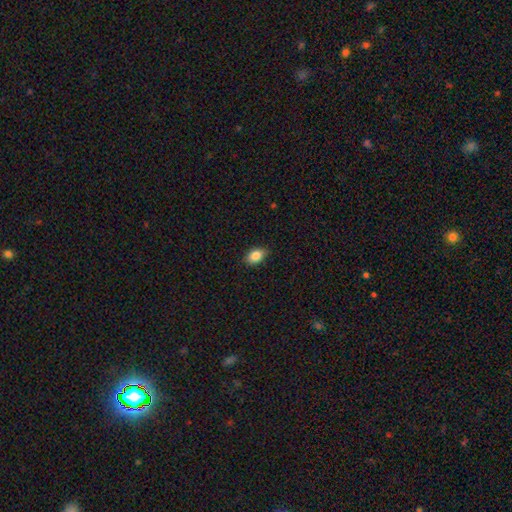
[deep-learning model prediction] Smooth or featured?
  - smooth: 86% *
  - star or artifact: 8%
  - featured or disk: 6%
How rounded?
  - in between: 86% *
  - round: 12%
  - cigar-shaped: 2%
Merging?
  - none: 86% *
  - minor disturbance: 11%
  - major disturbance: 2%
  - merger: 1%